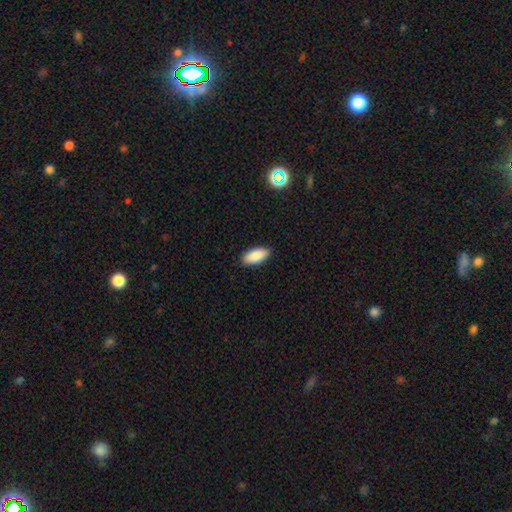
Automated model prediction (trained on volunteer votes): Smooth or featured? Predicted: smooth (p=0.88). How rounded? Predicted: in between (p=0.88). Merging? Predicted: none (p=0.89).